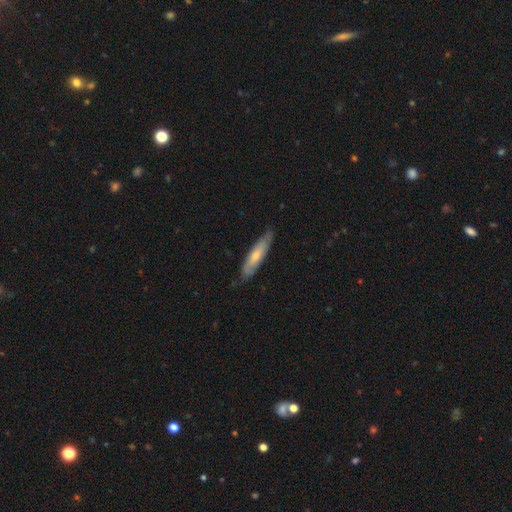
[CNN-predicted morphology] A smooth galaxy with no disk features (58%) that is cigar-shaped (76%). Merging: none (77%).